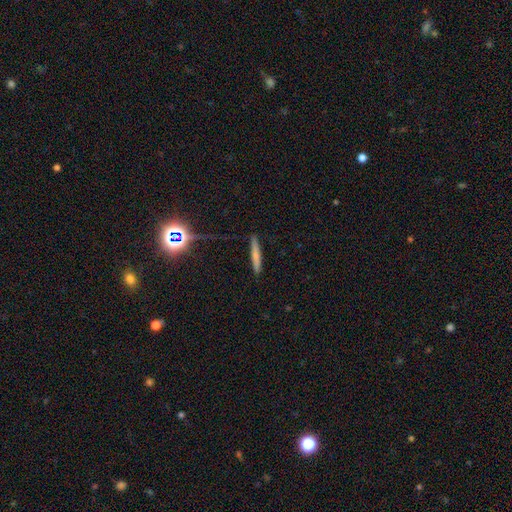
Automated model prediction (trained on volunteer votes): smooth_or_featured: smooth (p=0.65) [alt: featured or disk p=0.24]
how_rounded: cigar-shaped (p=0.94) [alt: in between p=0.05]
merging: none (p=0.86) [alt: minor disturbance p=0.10]